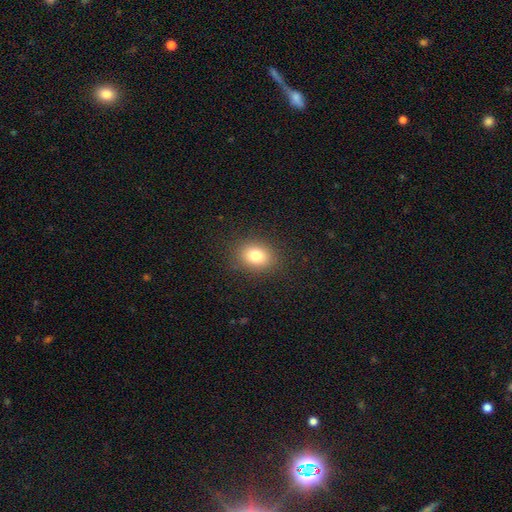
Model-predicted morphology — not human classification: smooth_or_featured: smooth (p=0.80) [alt: star or artifact p=0.11]
how_rounded: in between (p=0.60) [alt: round p=0.39]
merging: none (p=0.87) [alt: minor disturbance p=0.08]